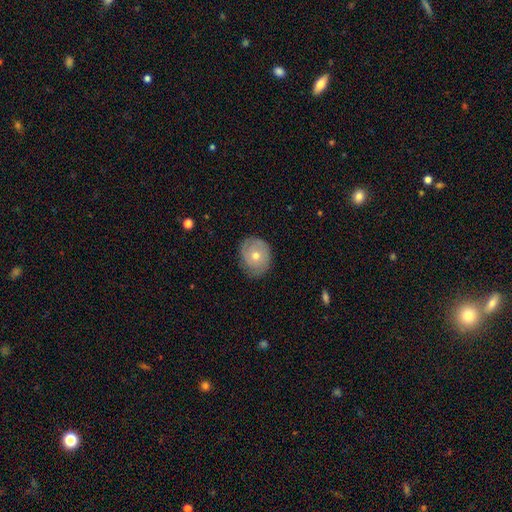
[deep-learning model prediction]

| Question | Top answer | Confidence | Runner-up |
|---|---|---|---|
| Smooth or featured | featured or disk | 55% | smooth (37%) |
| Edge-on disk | no | 95% | yes (5%) |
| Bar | no | 86% | weak (11%) |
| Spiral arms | yes | 71% | no (29%) |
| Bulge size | moderate | 57% | small (40%) |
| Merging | none | 75% | minor disturbance (19%) |